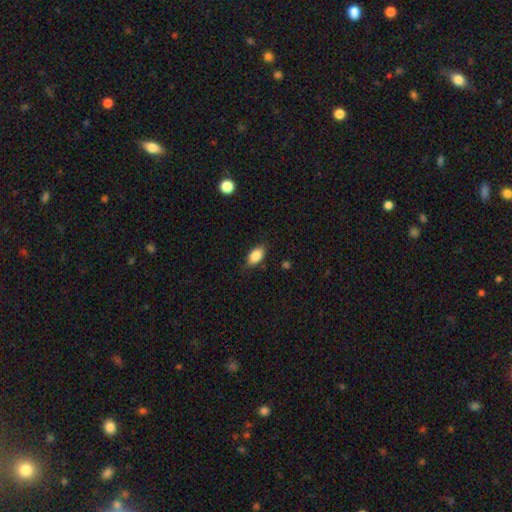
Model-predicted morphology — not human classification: This is clearly a smooth galaxy (85%). How rounded: clearly in between (89%). Merging: likely none (80%).